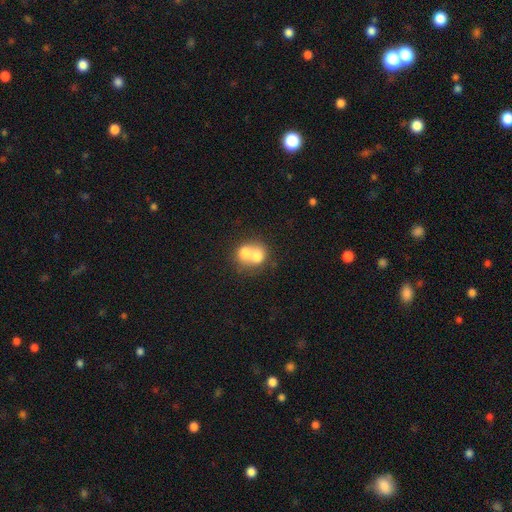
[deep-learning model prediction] Smooth or featured?
  - smooth: 68% *
  - featured or disk: 23%
  - star or artifact: 9%
How rounded?
  - round: 64% *
  - in between: 35%
  - cigar-shaped: 1%
Merging?
  - merger: 73% *
  - none: 19%
  - minor disturbance: 5%
  - major disturbance: 3%